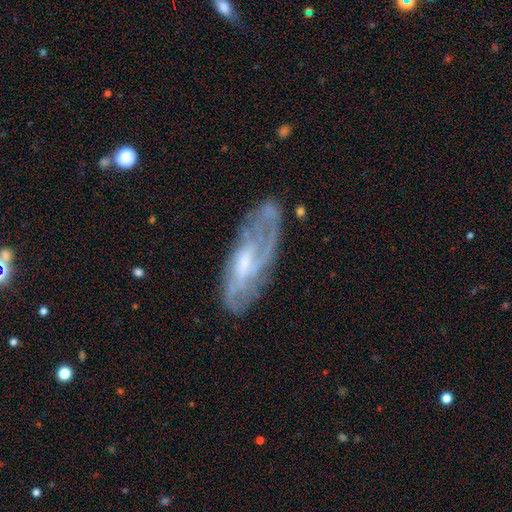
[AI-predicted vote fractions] This is likely a featured or disk galaxy (72%). It is clearly not viewed edge-on (83%). Bar: possibly no (48%). Spiral arm pattern: clearly yes (83%). Central bulge: marginally small (39%, tied with moderate). Merging: likely none (70%).